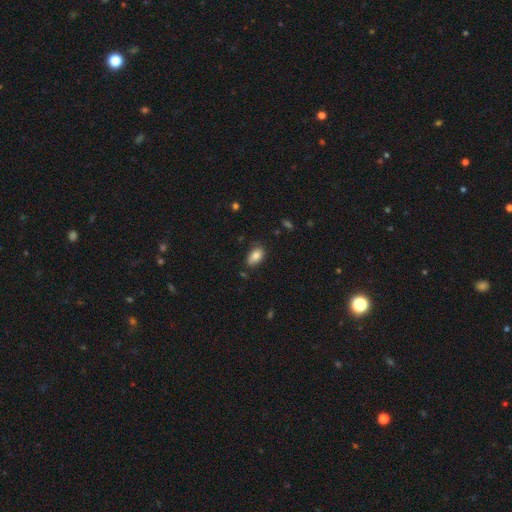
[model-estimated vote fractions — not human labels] Smooth or featured? Predicted: smooth (p=0.83). How rounded? Predicted: in between (p=0.91). Merging? Predicted: none (p=0.72).